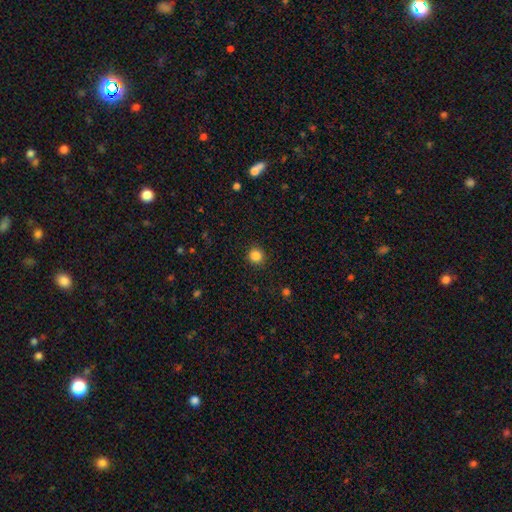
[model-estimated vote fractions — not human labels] This appears to be a smooth galaxy with no disk features (85%) that is round (93%). Merging: none (91%).